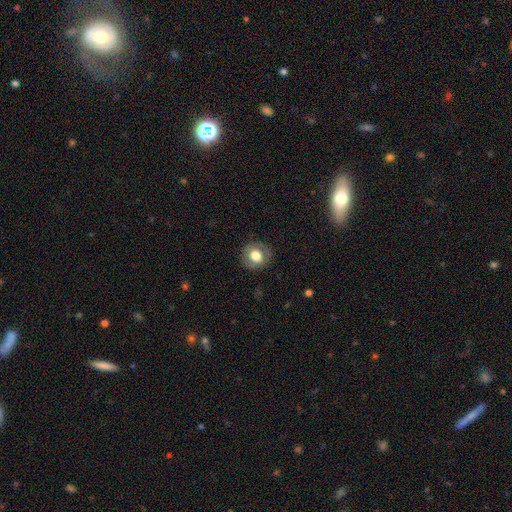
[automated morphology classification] Overall: smooth (67%). How rounded: round (84%). Merging: none (83%).